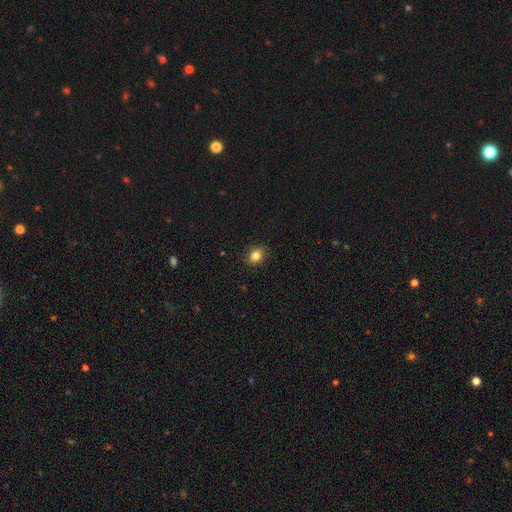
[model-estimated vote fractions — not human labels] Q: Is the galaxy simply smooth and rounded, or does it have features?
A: smooth — 83%.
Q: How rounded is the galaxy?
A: round — 62%.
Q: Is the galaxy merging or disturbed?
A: none — 89%.